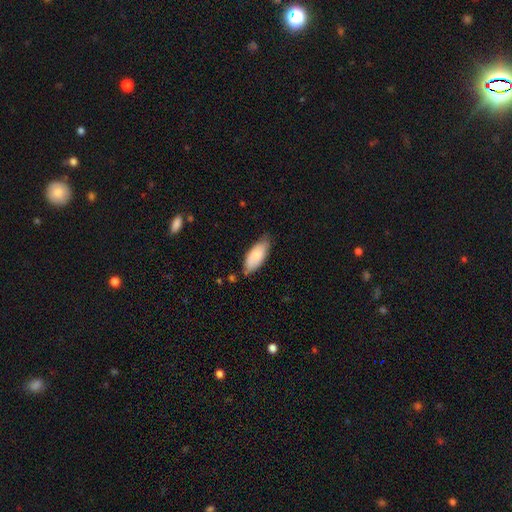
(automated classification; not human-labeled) Smooth or featured: smooth — 81% (featured or disk — 14%)
How rounded: in between — 83% (cigar-shaped — 16%)
Merging: none — 68% (minor disturbance — 26%)